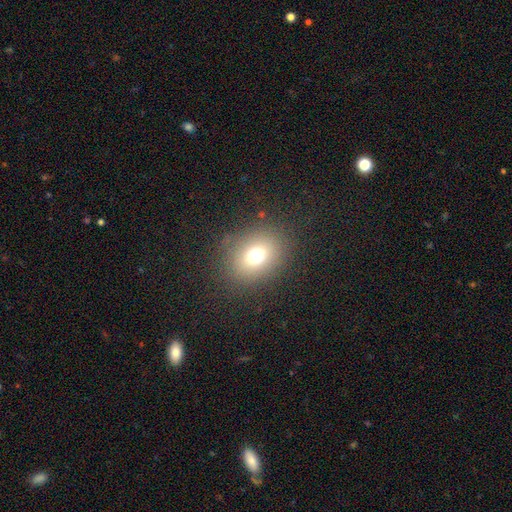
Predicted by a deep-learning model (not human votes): smooth 72%, star or artifact 17%, featured or disk 11%. Down the decision tree: how rounded — round (50%); merging — none (83%).